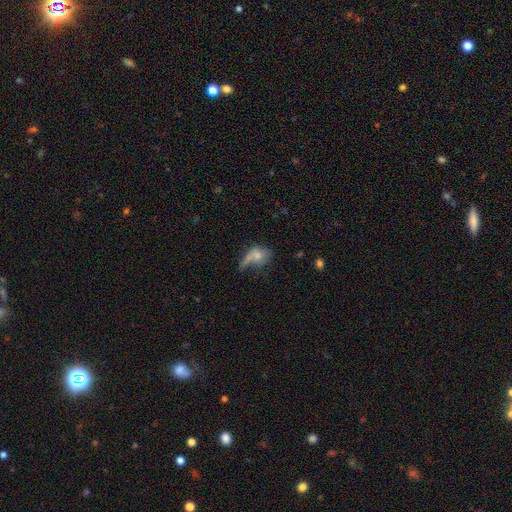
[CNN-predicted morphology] This is likely a smooth galaxy (60%). How rounded: likely in between (61%). Merging: marginally major disturbance (38%).